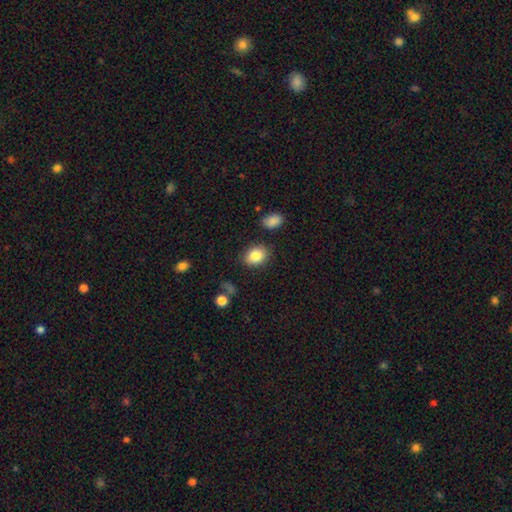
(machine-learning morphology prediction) Smooth or featured: smooth — 84% (star or artifact — 8%)
How rounded: in between — 66% (round — 33%)
Merging: none — 83% (minor disturbance — 11%)